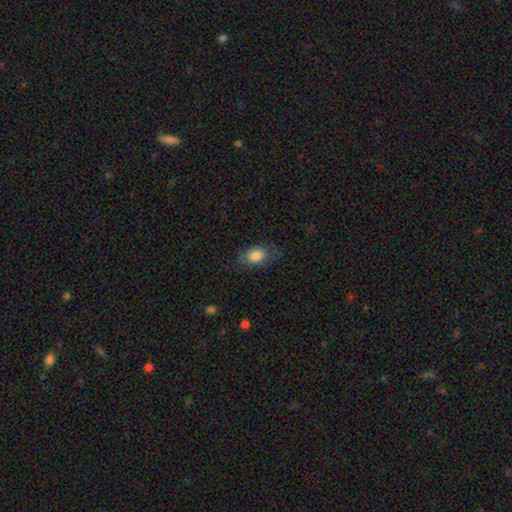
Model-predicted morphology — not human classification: smooth_or_featured: smooth (p=0.83) [alt: featured or disk p=0.09]
how_rounded: in between (p=0.81) [alt: round p=0.17]
merging: none (p=0.71) [alt: minor disturbance p=0.20]